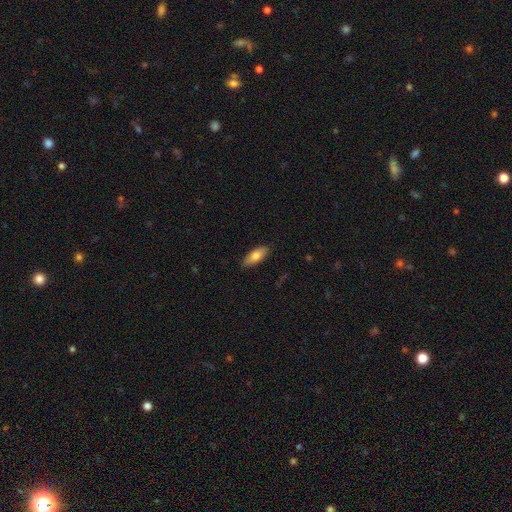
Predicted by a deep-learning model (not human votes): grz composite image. It shows a smooth galaxy with no disk features (77%) that is in between round and cigar-shaped (77%). Merging: none (87%).